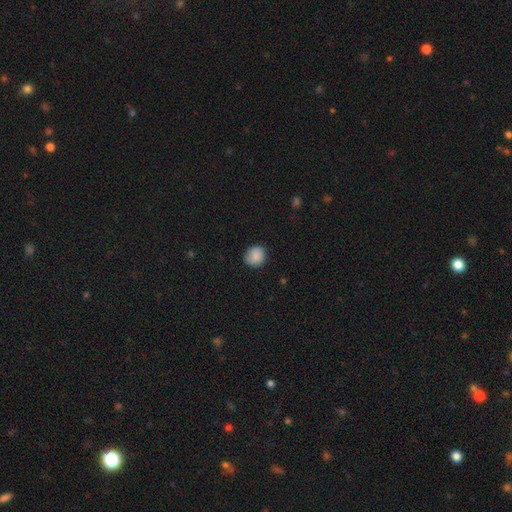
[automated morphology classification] A smooth galaxy with no disk features (86%) that is round (82%).

Vote fractions:
- Smooth or featured? smooth: 86% / star or artifact: 8% / featured or disk: 6%
- How rounded? round: 82% / in between: 17% / cigar-shaped: 1%
- Merging? none: 81% / minor disturbance: 15% / major disturbance: 3% / merger: 1%